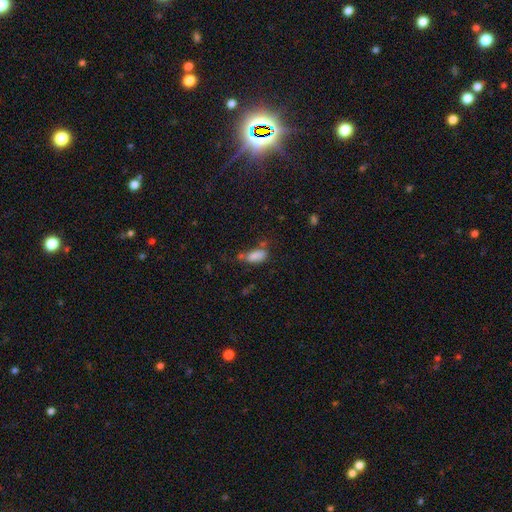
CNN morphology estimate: This appears to be a smooth galaxy with no disk features (81%) that is in between round and cigar-shaped (84%). Merging: none (46%).